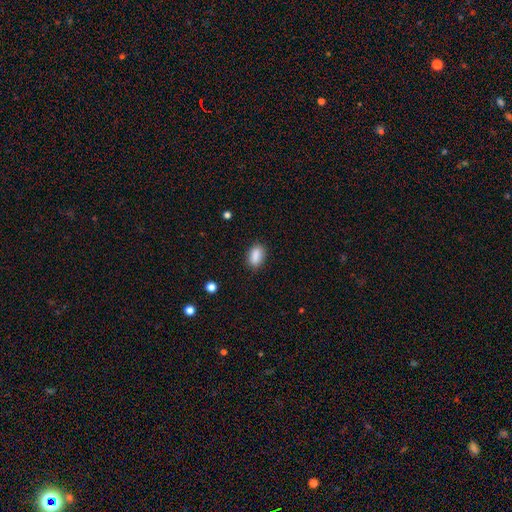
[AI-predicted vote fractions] smooth-or-featured: smooth: 88% | star or artifact: 8% | featured or disk: 5%
  how-rounded: in between: 88% | round: 9% | cigar-shaped: 3%
  merging: none: 82% | minor disturbance: 13% | major disturbance: 3% | merger: 2%